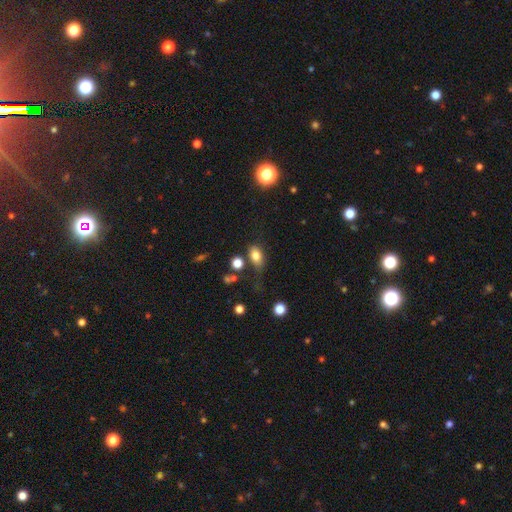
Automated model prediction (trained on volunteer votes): Smooth or featured?
  - smooth: 80% *
  - star or artifact: 11%
  - featured or disk: 9%
How rounded?
  - in between: 82% *
  - round: 15%
  - cigar-shaped: 3%
Merging?
  - none: 59% *
  - minor disturbance: 22%
  - major disturbance: 11%
  - merger: 8%